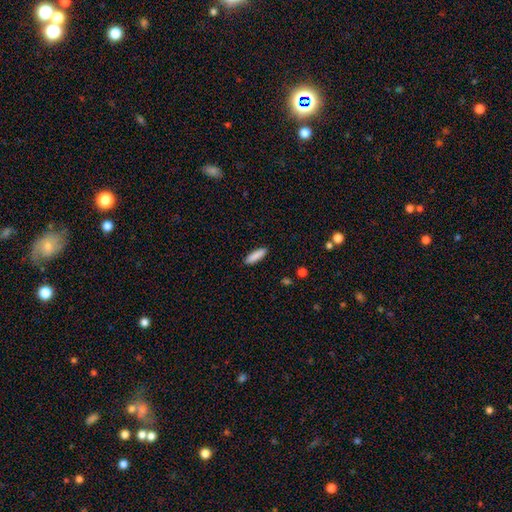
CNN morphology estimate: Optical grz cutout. It shows a smooth galaxy with no disk features (89%) that is cigar-shaped (58%). Merging: none (90%).